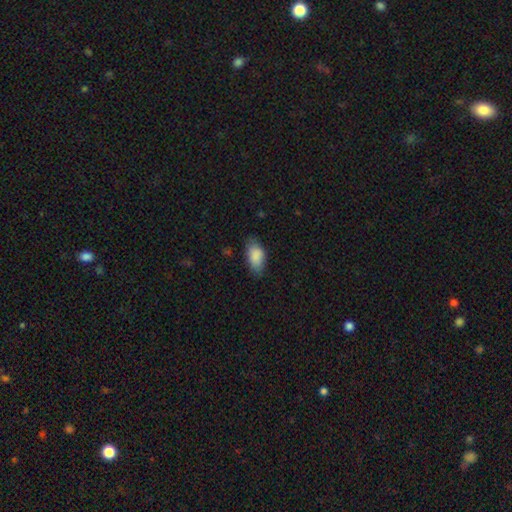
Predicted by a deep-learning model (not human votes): A smooth galaxy with no disk features (87%) that is in between round and cigar-shaped (92%).

Vote fractions:
- Smooth or featured? smooth: 87% / star or artifact: 7% / featured or disk: 6%
- How rounded? in between: 92% / cigar-shaped: 4% / round: 4%
- Merging? none: 71% / minor disturbance: 23% / major disturbance: 5% / merger: 1%